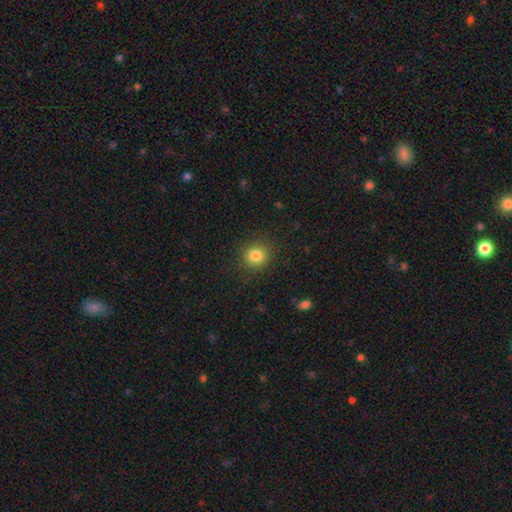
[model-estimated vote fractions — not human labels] smooth-or-featured: smooth: 82% | star or artifact: 12% | featured or disk: 6%
  how-rounded: round: 88% | in between: 11% | cigar-shaped: 1%
  merging: none: 88% | minor disturbance: 8% | major disturbance: 3% | merger: 1%